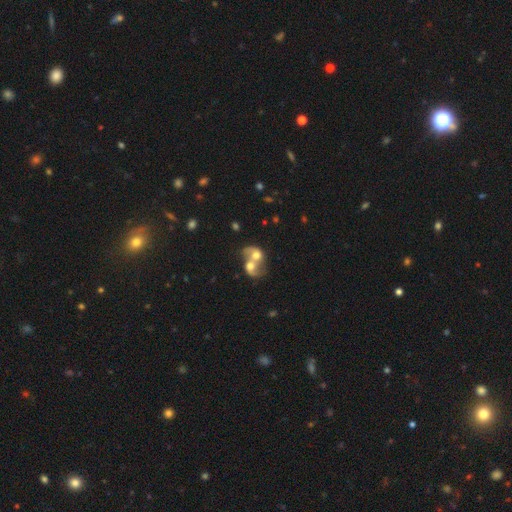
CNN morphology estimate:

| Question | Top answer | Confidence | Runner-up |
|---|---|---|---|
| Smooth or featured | featured or disk | 49% | smooth (43%) |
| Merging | merger | 82% | none (9%) |